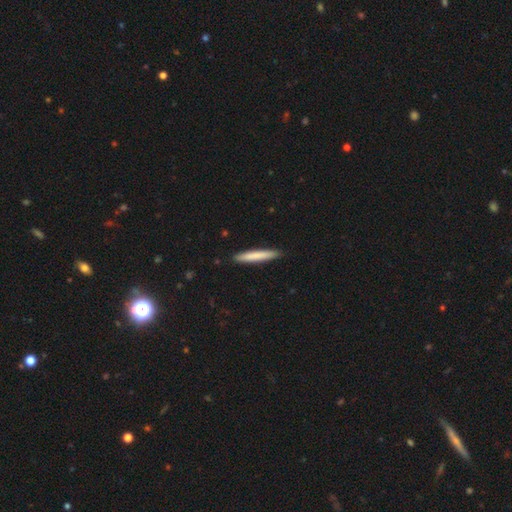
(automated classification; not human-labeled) A smooth galaxy with no disk features (77%) that is cigar-shaped (95%). Merging: none (91%).